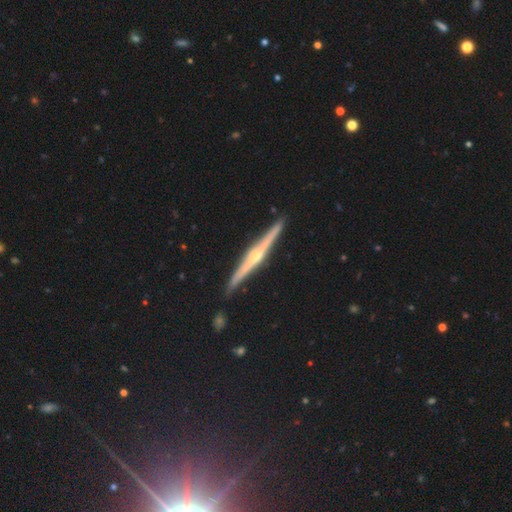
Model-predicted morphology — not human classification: The model was most divided on "smooth or featured": featured or disk: 84%, smooth: 10%, star or artifact: 5%. More confident: edge-on disk — yes (98%); merging — none (91%); edge-on bulge — rounded (85%).